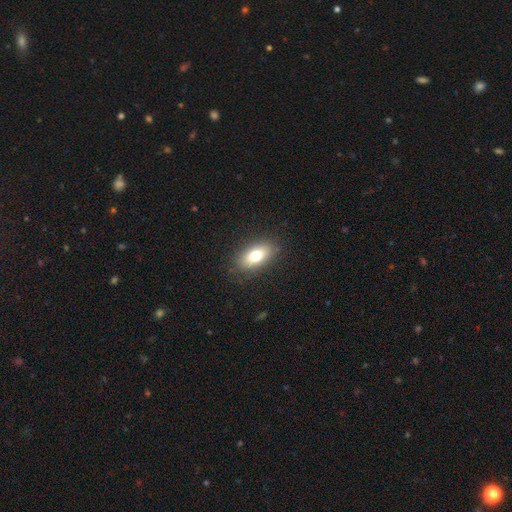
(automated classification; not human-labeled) The model was most divided on "smooth or featured": smooth: 75%, featured or disk: 16%, star or artifact: 8%. More confident: merging — none (87%); how rounded — in between (86%).